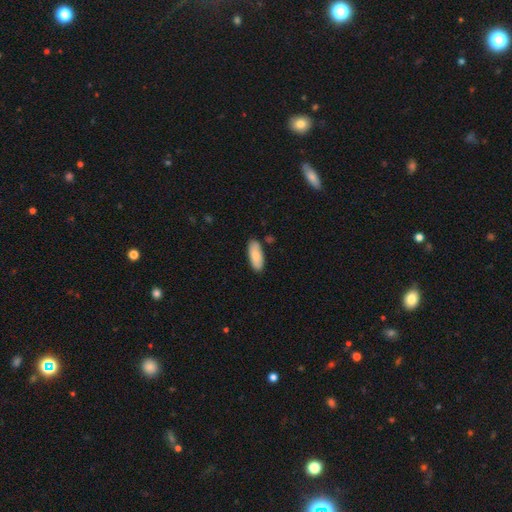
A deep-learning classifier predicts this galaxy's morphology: A smooth galaxy with no disk features (86%) that is in between round and cigar-shaped (75%). Merging: none (84%).